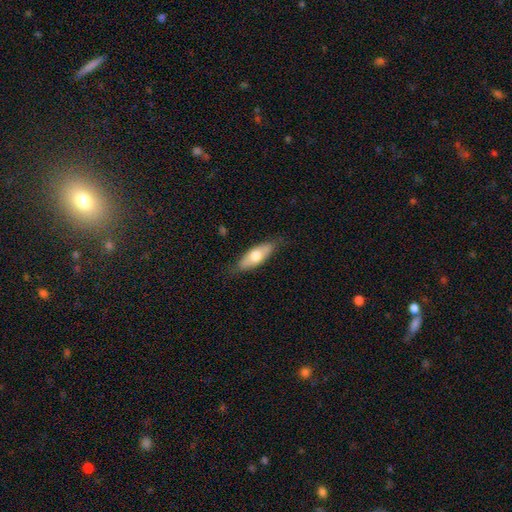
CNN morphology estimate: smooth 65%, featured or disk 30%, star or artifact 5%. Down the decision tree: how rounded — in between (67%); merging — none (79%).